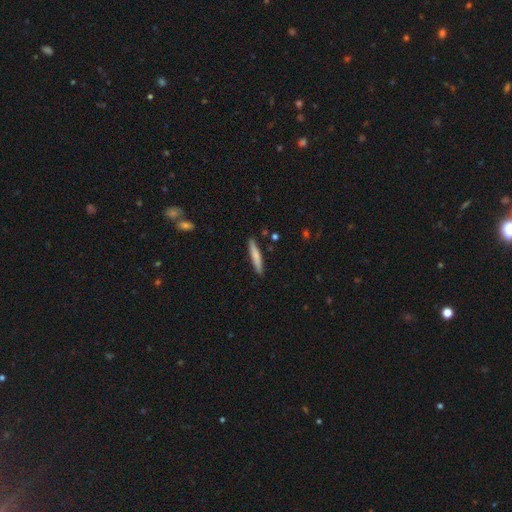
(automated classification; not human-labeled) The model was most divided on "smooth or featured": smooth: 74%, featured or disk: 20%, star or artifact: 5%. More confident: how rounded — cigar-shaped (92%); merging — none (88%).